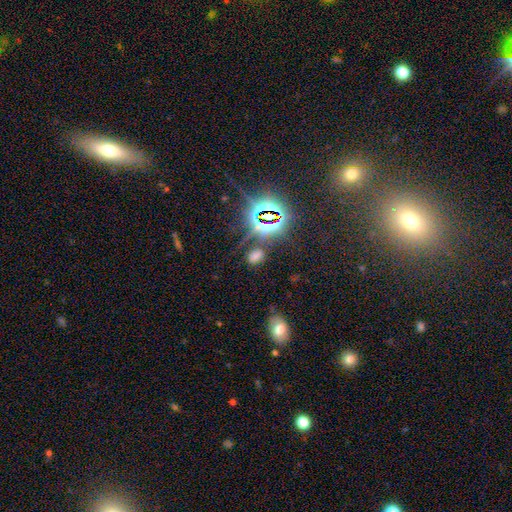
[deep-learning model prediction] Smooth or featured? smooth (51%)
How rounded? in between (84%)
Merging? none (73%)